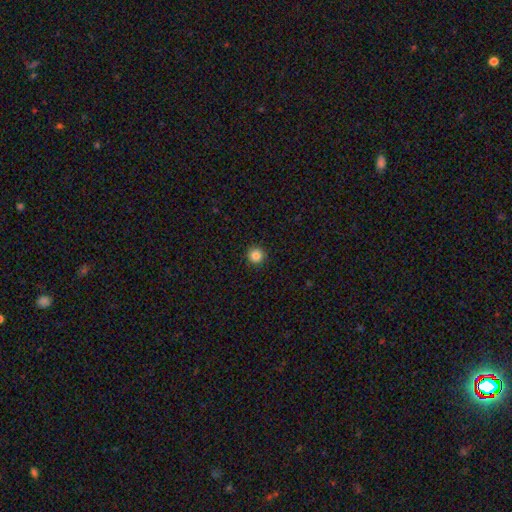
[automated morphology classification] A smooth galaxy with no disk features (85%) that is round (96%). Merging: none (93%).